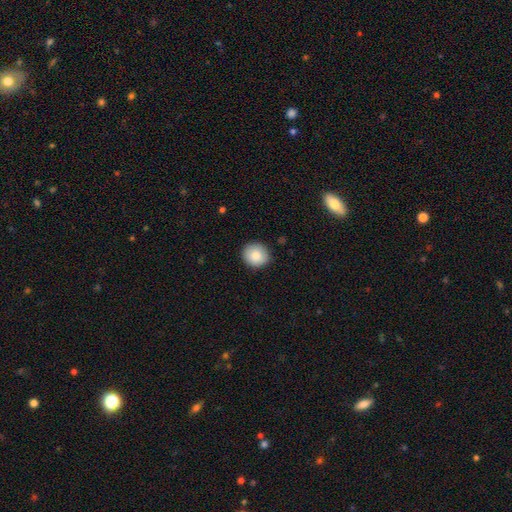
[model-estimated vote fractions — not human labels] smooth_or_featured: smooth (p=0.86) [alt: star or artifact p=0.07]
how_rounded: round (p=0.86) [alt: in between p=0.13]
merging: none (p=0.88) [alt: minor disturbance p=0.09]